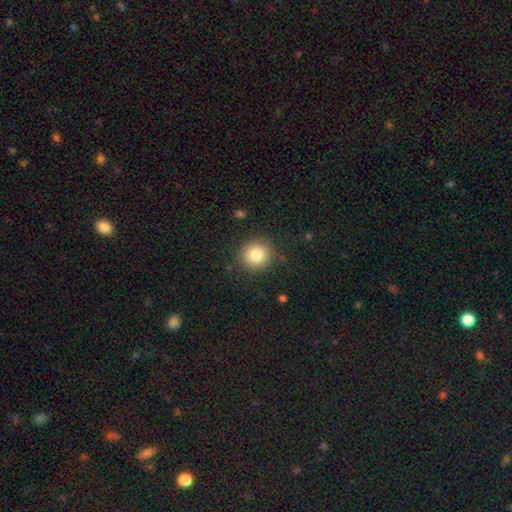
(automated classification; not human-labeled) smooth 82%, star or artifact 10%, featured or disk 7%. Down the decision tree: how rounded — round (92%); merging — none (88%).